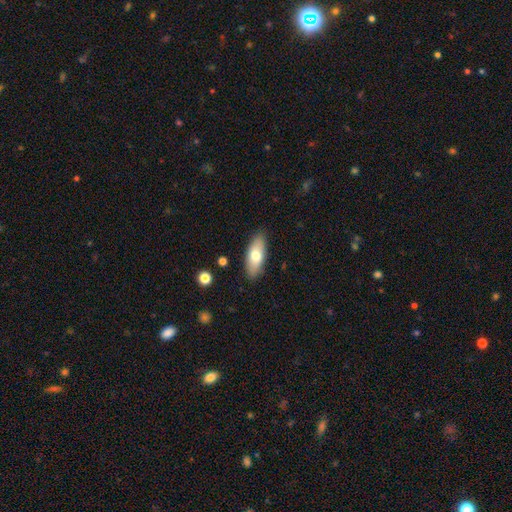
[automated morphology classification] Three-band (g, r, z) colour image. It shows a smooth galaxy with no disk features (71%) that is in between round and cigar-shaped (77%). Merging: none (87%).